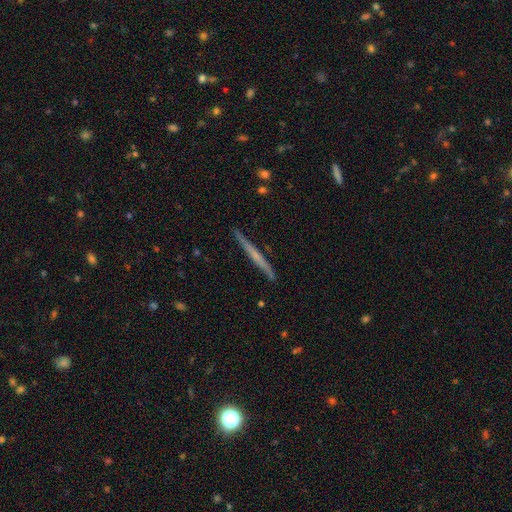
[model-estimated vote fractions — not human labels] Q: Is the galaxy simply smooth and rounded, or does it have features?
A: featured or disk — 58%.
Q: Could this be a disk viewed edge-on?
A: yes — 97%.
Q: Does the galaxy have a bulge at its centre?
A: none — 71%.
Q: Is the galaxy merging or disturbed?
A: none — 91%.